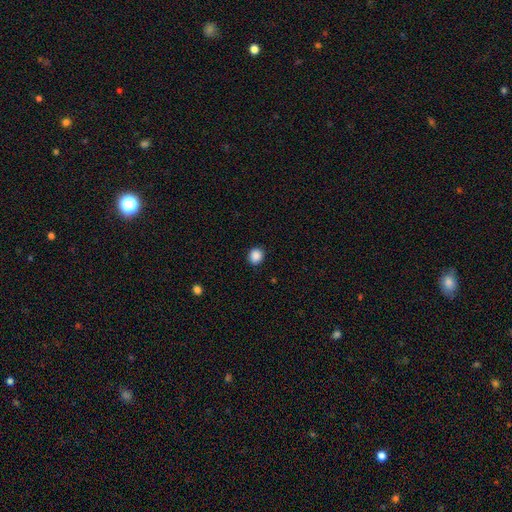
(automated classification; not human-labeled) A smooth galaxy with no disk features (88%) that is round (78%). Merging: none (89%).